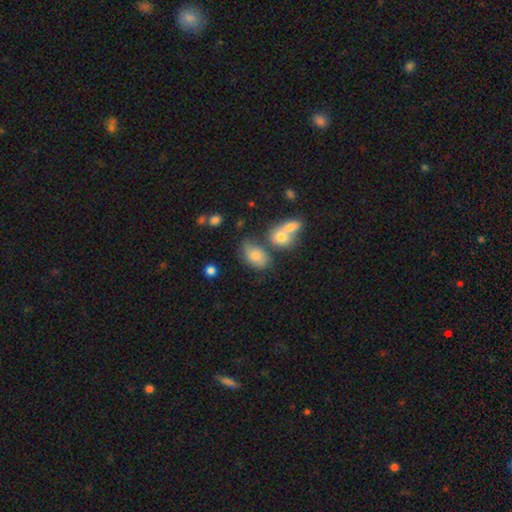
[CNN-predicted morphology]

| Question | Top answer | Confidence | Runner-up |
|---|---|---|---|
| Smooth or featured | smooth | 71% | featured or disk (19%) |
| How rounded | in between | 83% | round (16%) |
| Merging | none | 44% | merger (25%) |